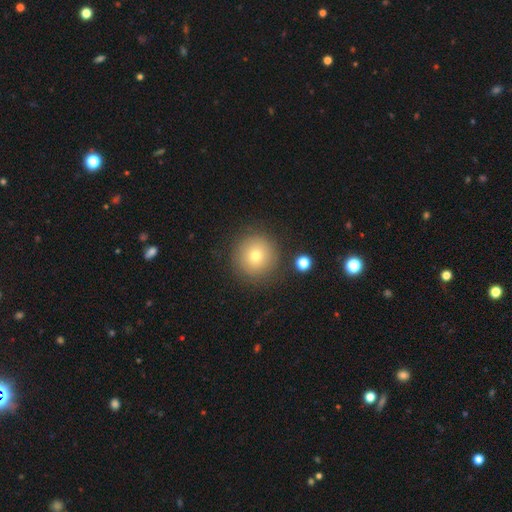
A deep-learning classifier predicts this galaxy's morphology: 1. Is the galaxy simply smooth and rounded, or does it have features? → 74% smooth, 13% star or artifact, 12% featured or disk.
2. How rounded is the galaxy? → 95% round, 4% in between, 1% cigar-shaped.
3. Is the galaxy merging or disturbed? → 86% none, 8% minor disturbance, 3% major disturbance, 2% merger.